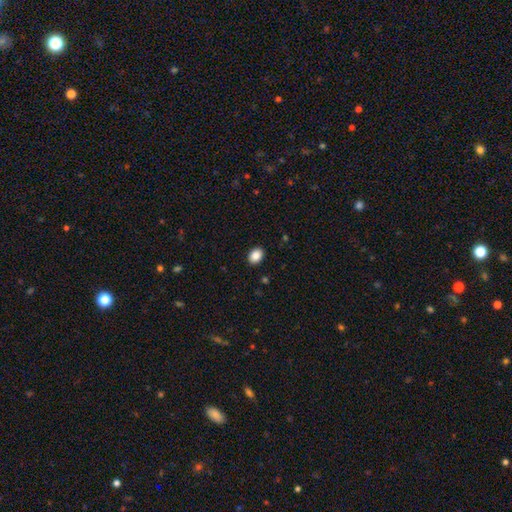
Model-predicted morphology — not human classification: Smooth or featured? Predicted: smooth (p=0.87). How rounded? Predicted: in between (p=0.63). Merging? Predicted: none (p=0.91).